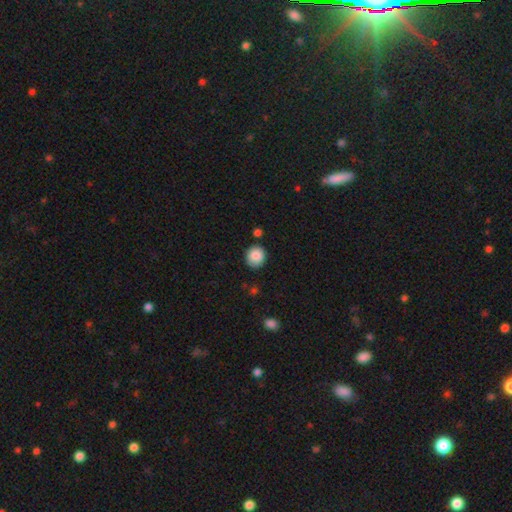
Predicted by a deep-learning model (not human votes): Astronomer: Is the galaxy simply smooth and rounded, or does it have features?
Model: smooth — 86%.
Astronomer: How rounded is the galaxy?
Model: round — 82%.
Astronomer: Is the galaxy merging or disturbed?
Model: none — 83%.